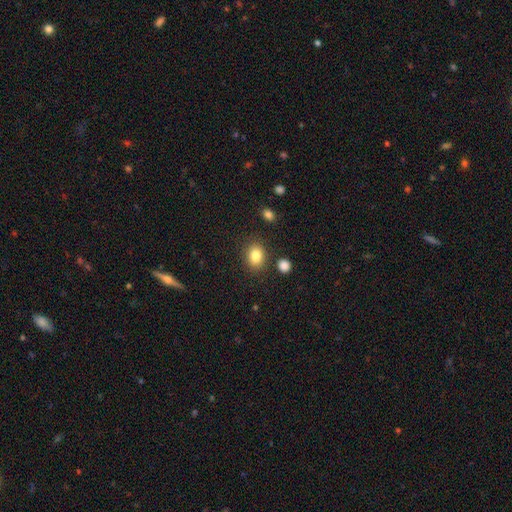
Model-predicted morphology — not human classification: smooth_or_featured: smooth (p=0.83) [alt: star or artifact p=0.10]
how_rounded: in between (p=0.54) [alt: round p=0.45]
merging: none (p=0.82) [alt: minor disturbance p=0.10]